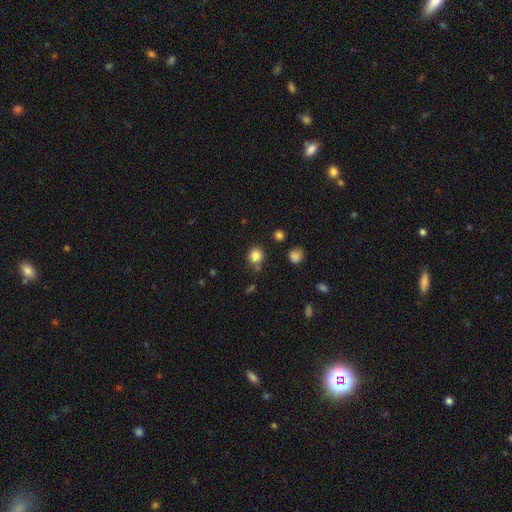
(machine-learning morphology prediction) Smooth or featured? Predicted: smooth (p=0.83). How rounded? Predicted: round (p=0.87). Merging? Predicted: none (p=0.72).